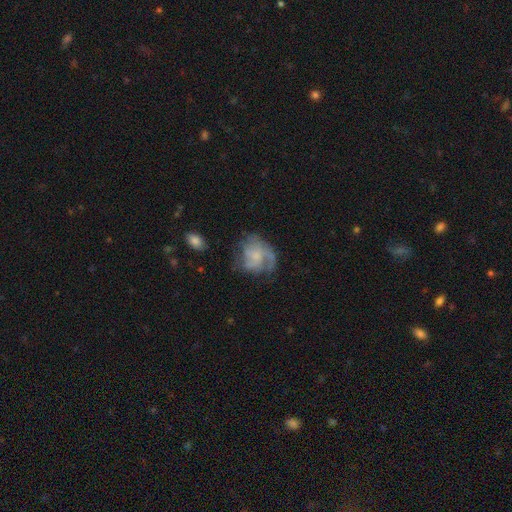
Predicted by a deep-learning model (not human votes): A featured or disk galaxy (62%) with no bar (74%), spiral arms (78%) and a small central bulge (52%).

Vote fractions:
- Smooth or featured? featured or disk: 62% / smooth: 29% / star or artifact: 9%
- Edge-on disk? no: 98% / yes: 2%
- Bar? no: 74% / weak: 23% / strong: 3%
- Spiral arms? yes: 78% / no: 22%
- Bulge size? small: 52% / none: 23% / moderate: 21% / large: 3% / dominant: 1%
- Merging? none: 49% / major disturbance: 25% / minor disturbance: 24% / merger: 2%